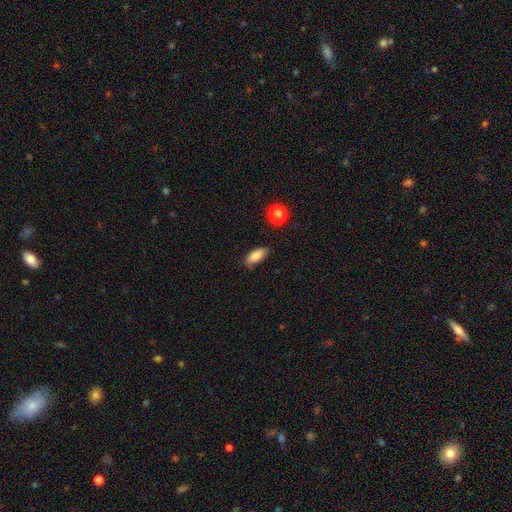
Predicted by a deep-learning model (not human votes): The model was most divided on "merging": none: 78%, minor disturbance: 17%, major disturbance: 3%, merger: 2%. More confident: smooth or featured — smooth (85%); how rounded — in between (85%).